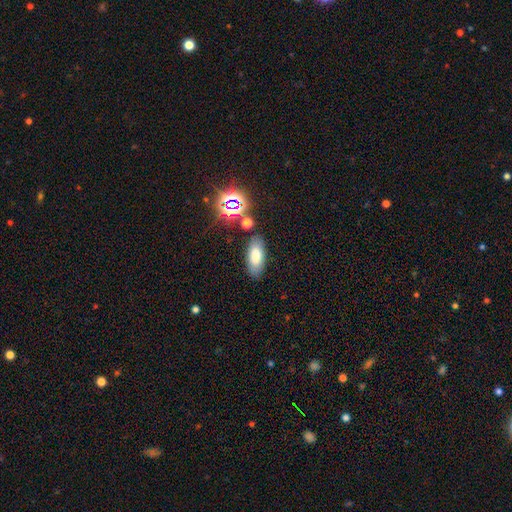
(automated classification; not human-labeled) The model was most divided on "smooth or featured": smooth: 75%, star or artifact: 13%, featured or disk: 13%. More confident: how rounded — in between (84%); merging — none (82%).